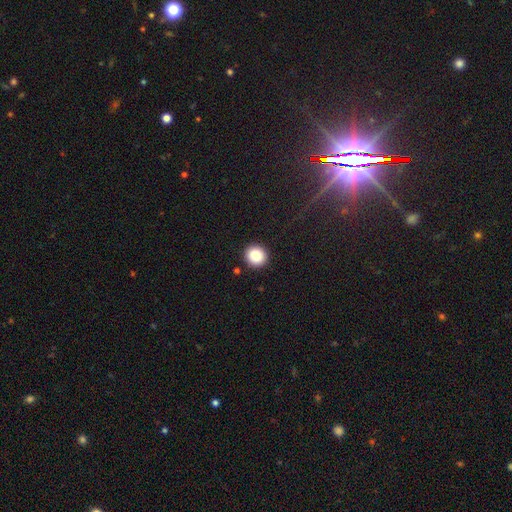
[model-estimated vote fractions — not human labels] Smooth or featured: smooth — 86% (star or artifact — 9%)
How rounded: round — 90% (in between — 9%)
Merging: none — 92% (minor disturbance — 5%)